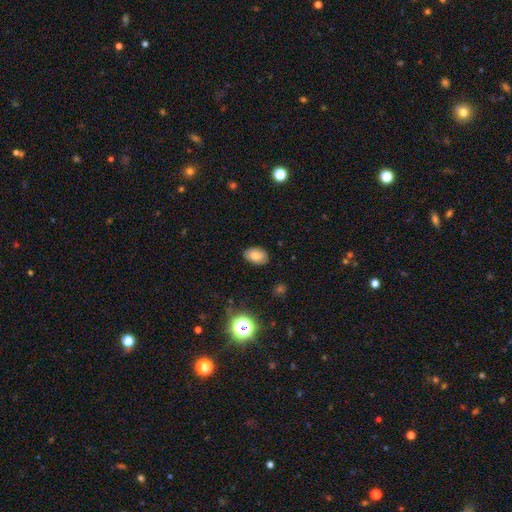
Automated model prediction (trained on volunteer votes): smooth 80%, star or artifact 10%, featured or disk 9%. Down the decision tree: how rounded — in between (88%); merging — none (85%).